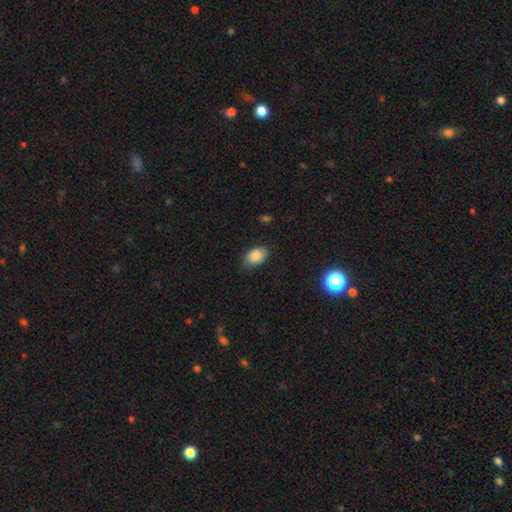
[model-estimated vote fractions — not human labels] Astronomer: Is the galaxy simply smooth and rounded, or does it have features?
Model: smooth — 86%.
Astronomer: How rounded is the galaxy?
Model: in between — 85%.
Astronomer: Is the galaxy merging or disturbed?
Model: none — 78%.